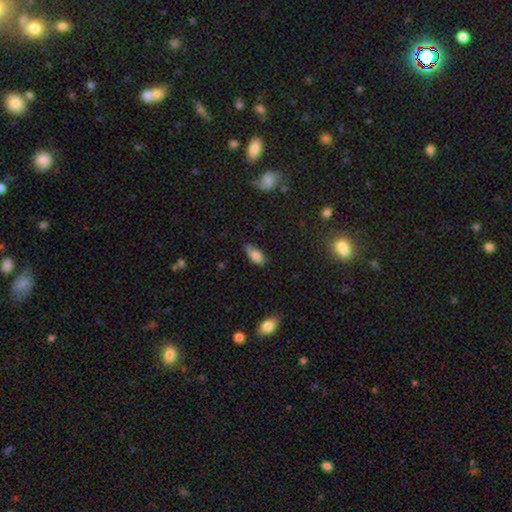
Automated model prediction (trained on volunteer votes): smooth-or-featured: smooth: 81% | featured or disk: 11% | star or artifact: 8%
  how-rounded: in between: 89% | cigar-shaped: 8% | round: 3%
  merging: none: 64% | minor disturbance: 29% | major disturbance: 5% | merger: 2%